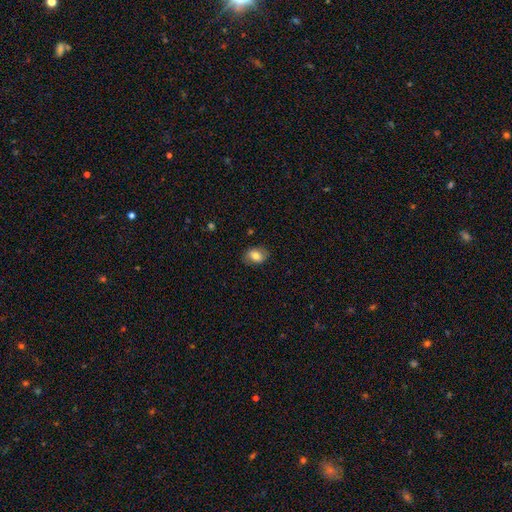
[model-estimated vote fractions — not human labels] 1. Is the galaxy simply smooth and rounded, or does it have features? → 76% smooth, 16% featured or disk, 8% star or artifact.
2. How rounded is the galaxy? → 73% in between, 26% round, 1% cigar-shaped.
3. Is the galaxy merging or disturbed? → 81% none, 14% minor disturbance, 4% major disturbance, 1% merger.